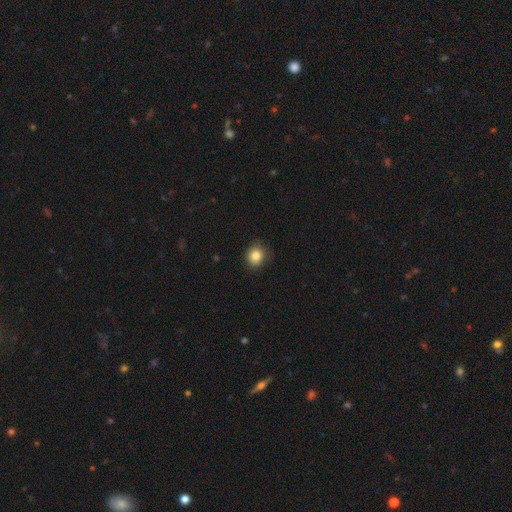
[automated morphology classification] Smooth or featured?
  - smooth: 85% *
  - star or artifact: 10%
  - featured or disk: 5%
How rounded?
  - round: 76% *
  - in between: 23%
  - cigar-shaped: 1%
Merging?
  - none: 81% *
  - minor disturbance: 15%
  - major disturbance: 3%
  - merger: 1%